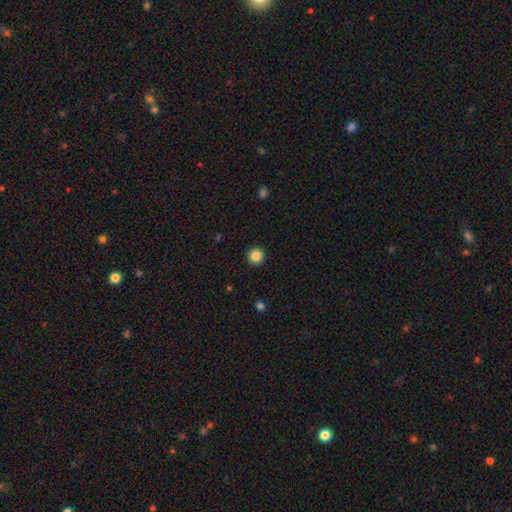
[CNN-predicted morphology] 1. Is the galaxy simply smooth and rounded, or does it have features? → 85% smooth, 11% star or artifact, 4% featured or disk.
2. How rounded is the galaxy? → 96% round, 3% in between, 1% cigar-shaped.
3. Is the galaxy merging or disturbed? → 93% none, 4% minor disturbance, 2% major disturbance, 1% merger.